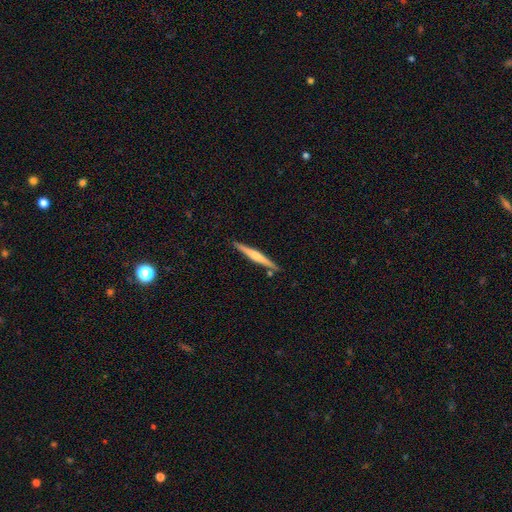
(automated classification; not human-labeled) The model was most divided on "smooth or featured": featured or disk: 54%, smooth: 41%, star or artifact: 5%. Remaining: edge-on disk — yes (98%); merging — none (87%); edge-on bulge — rounded (48%).